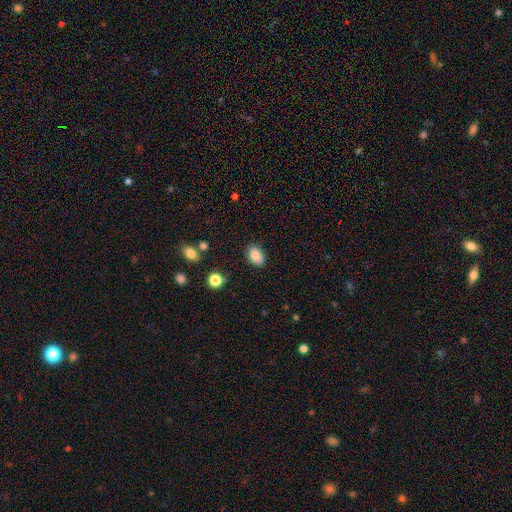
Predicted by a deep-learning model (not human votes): The model was most divided on "how rounded": in between: 83%, round: 15%, cigar-shaped: 1%. More confident: smooth or featured — smooth (85%); merging — none (84%).